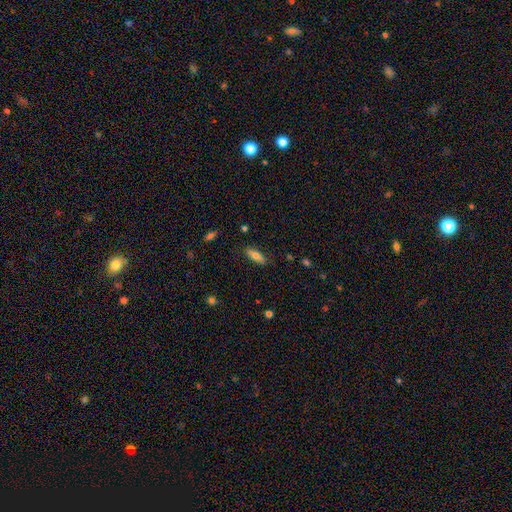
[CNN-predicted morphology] Smooth or featured? Predicted: smooth (p=0.73). How rounded? Predicted: in between (p=0.68). Merging? Predicted: none (p=0.85).